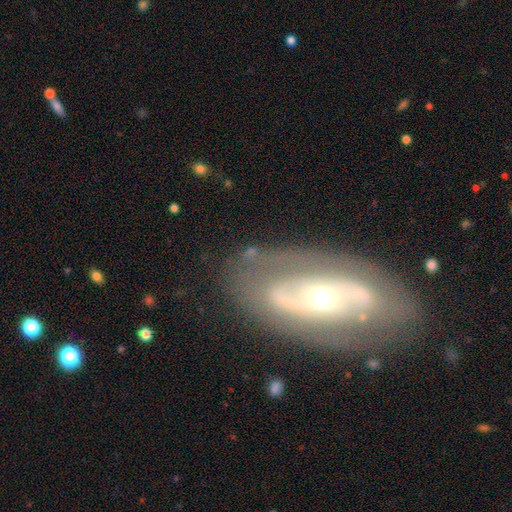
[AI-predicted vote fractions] Smooth or featured?
  - featured or disk: 76% *
  - smooth: 18%
  - star or artifact: 6%
Edge-on disk?
  - no: 91% *
  - yes: 9%
Bar?
  - no: 58% *
  - weak: 23%
  - strong: 19%
Spiral arms?
  - yes: 64% *
  - no: 36%
Bulge size?
  - small: 51% *
  - moderate: 43%
  - large: 3%
  - dominant: 1%
  - none: 1%
Merging?
  - none: 75% *
  - minor disturbance: 14%
  - major disturbance: 8%
  - merger: 3%